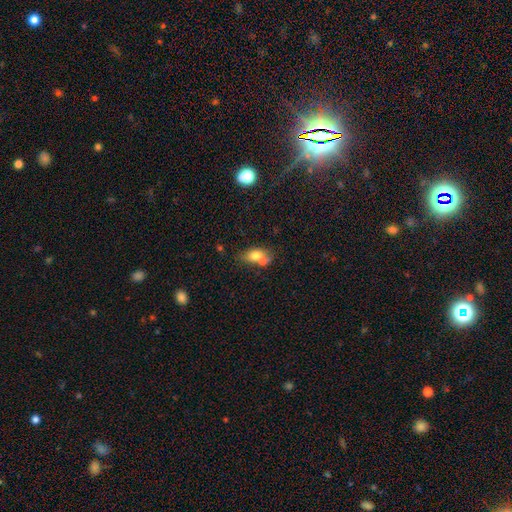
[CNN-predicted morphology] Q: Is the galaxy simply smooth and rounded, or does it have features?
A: smooth — 70%.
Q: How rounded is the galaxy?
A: in between — 76%.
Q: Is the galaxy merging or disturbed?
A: merger — 43%.